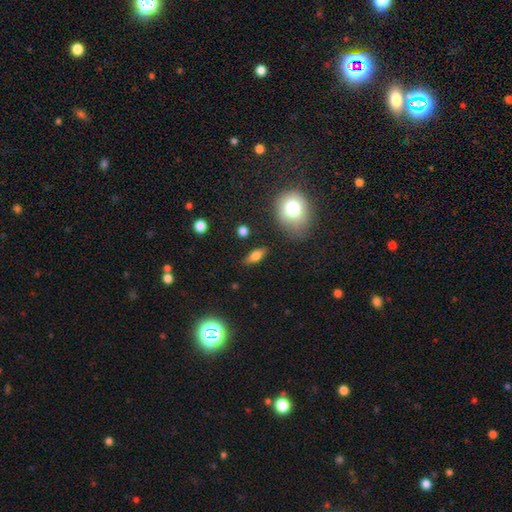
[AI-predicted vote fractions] Smooth or featured: smooth — 63% (featured or disk — 26%)
How rounded: in between — 68% (cigar-shaped — 22%)
Merging: none — 81% (minor disturbance — 13%)